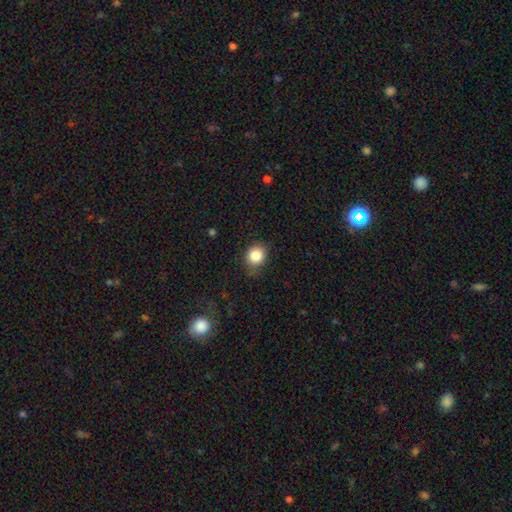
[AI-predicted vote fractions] Morphology: type=smooth (85%); roundness=round (71%); merging=none (77%).